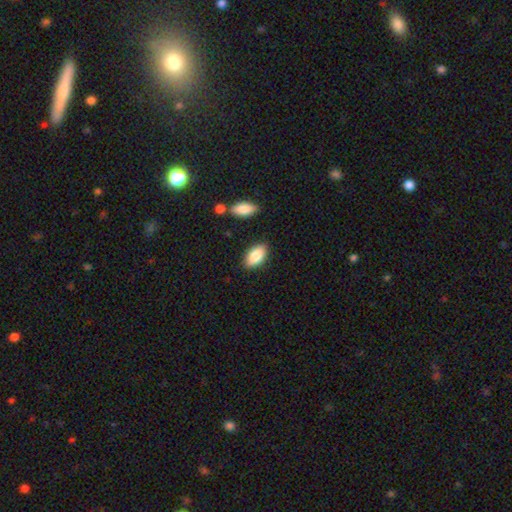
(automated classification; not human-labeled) A smooth galaxy with no disk features (85%) that is in between round and cigar-shaped (93%).

Vote fractions:
- Smooth or featured? smooth: 85% / featured or disk: 8% / star or artifact: 6%
- How rounded? in between: 93% / round: 4% / cigar-shaped: 3%
- Merging? none: 85% / minor disturbance: 10% / merger: 3% / major disturbance: 2%